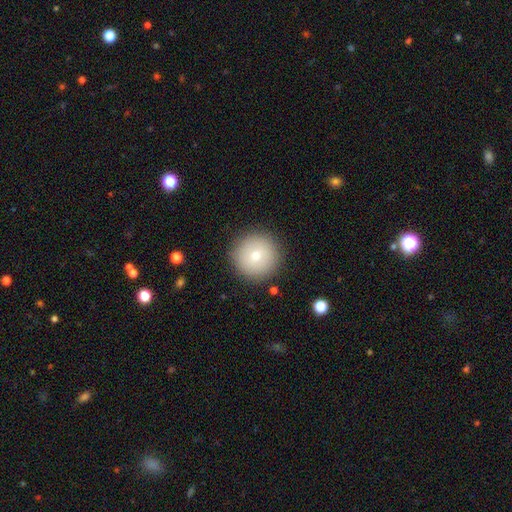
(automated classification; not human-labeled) This is likely a smooth galaxy (74%). How rounded: clearly round (96%). Merging: clearly none (89%).